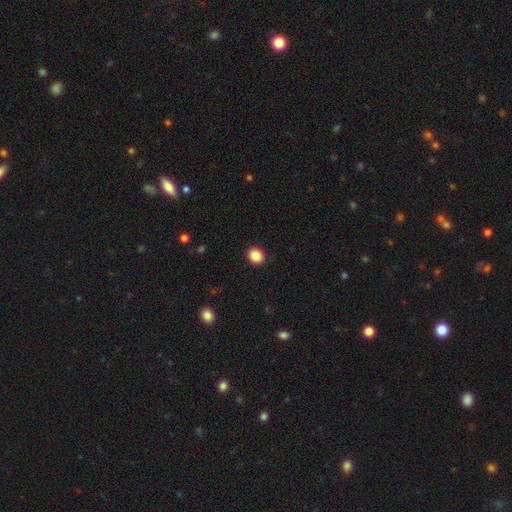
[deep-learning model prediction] This is clearly a smooth galaxy (87%). How rounded: likely round (75%). Merging: clearly none (91%).